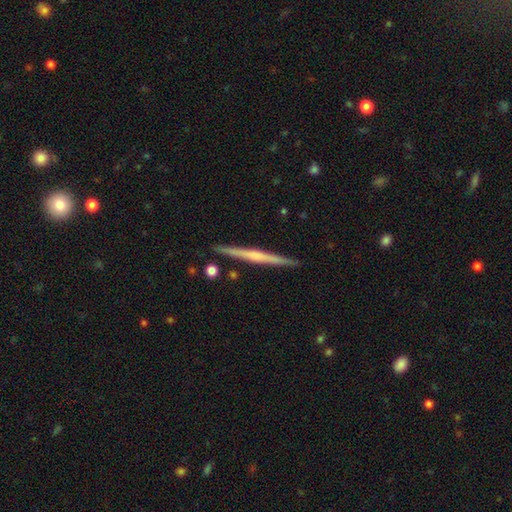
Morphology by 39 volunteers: featured or disk 74%, smooth 21%, star or artifact 5%. Down the decision tree: edge-on disk — yes (97%); edge-on bulge — none (39%); merging — none (95%).